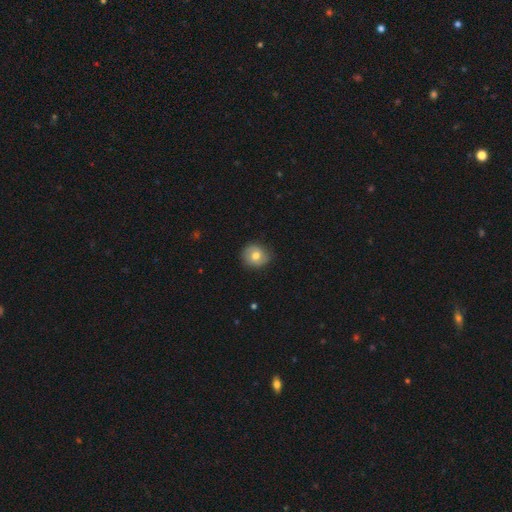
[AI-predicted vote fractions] smooth 69%, featured or disk 23%, star or artifact 8%. Down the decision tree: how rounded — round (83%); merging — none (81%).